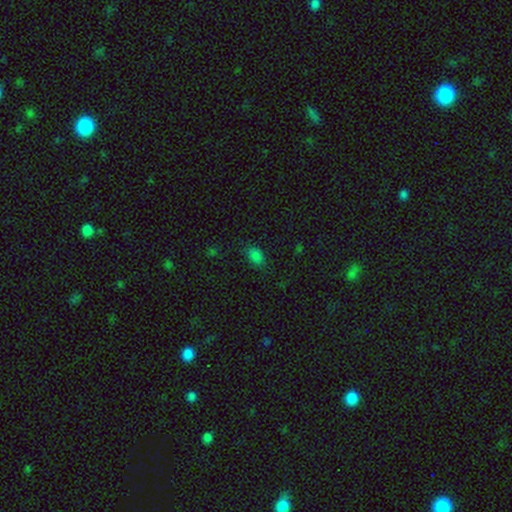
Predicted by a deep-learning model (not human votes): The model was most divided on "merging": none: 77%, minor disturbance: 17%, major disturbance: 4%, merger: 1%. More confident: how rounded — in between (86%); smooth or featured — smooth (80%).